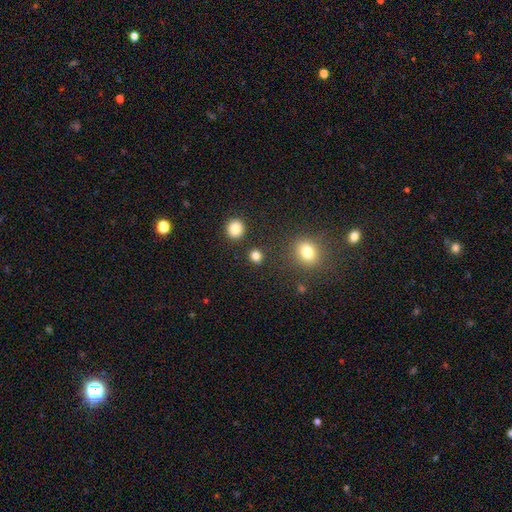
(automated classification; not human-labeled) Overall: smooth (82%). How rounded: round (84%). Merging: none (86%).